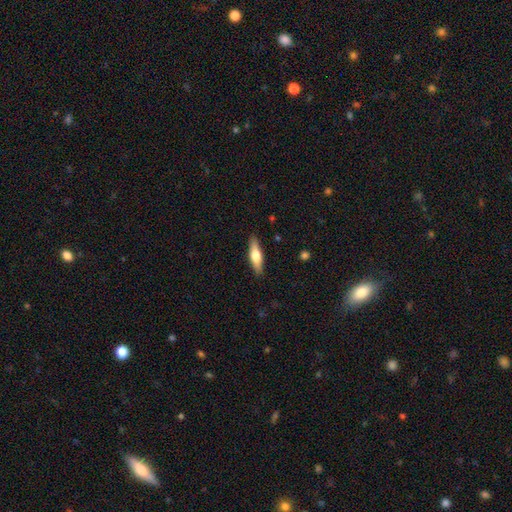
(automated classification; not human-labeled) Smooth or featured: smooth — 56% (featured or disk — 39%)
How rounded: cigar-shaped — 61% (in between — 37%)
Merging: none — 89% (minor disturbance — 8%)